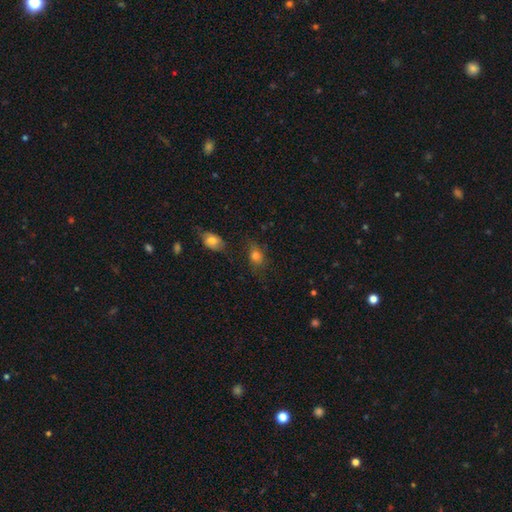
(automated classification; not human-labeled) A smooth galaxy with no disk features (76%) that is in between round and cigar-shaped (66%).

Vote fractions:
- Smooth or featured? smooth: 76% / star or artifact: 13% / featured or disk: 11%
- How rounded? in between: 66% / round: 31% / cigar-shaped: 3%
- Merging? none: 65% / minor disturbance: 21% / major disturbance: 9% / merger: 6%